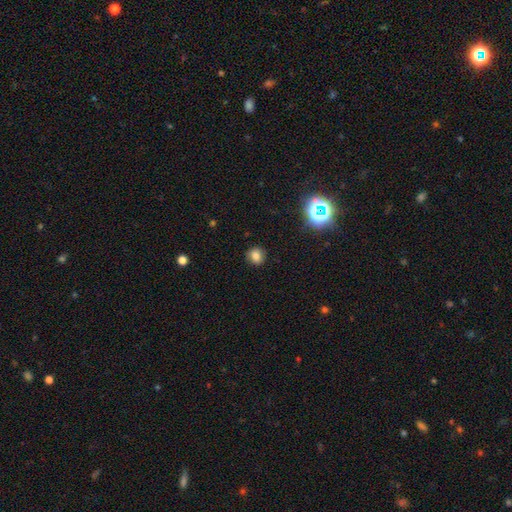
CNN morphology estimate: A smooth galaxy with no disk features (79%) that is round (81%). Merging: none (88%).